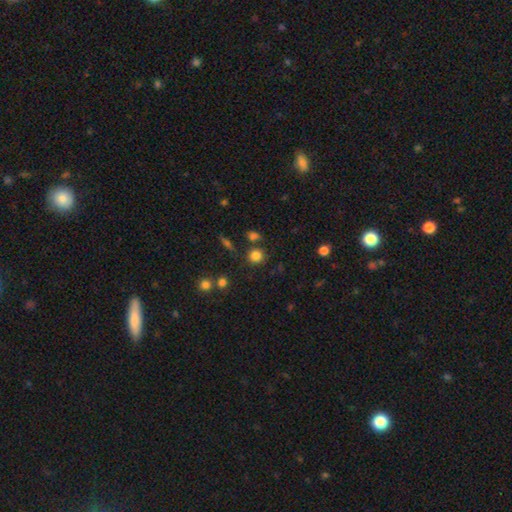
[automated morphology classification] Smooth or featured? Predicted: smooth (p=0.81). How rounded? Predicted: round (p=0.90). Merging? Predicted: none (p=0.79).